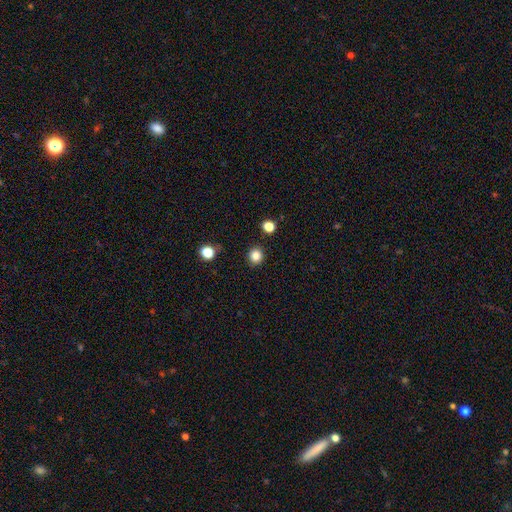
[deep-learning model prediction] smooth_or_featured: smooth (p=0.84) [alt: star or artifact p=0.12]
how_rounded: round (p=0.88) [alt: in between p=0.11]
merging: none (p=0.90) [alt: minor disturbance p=0.06]